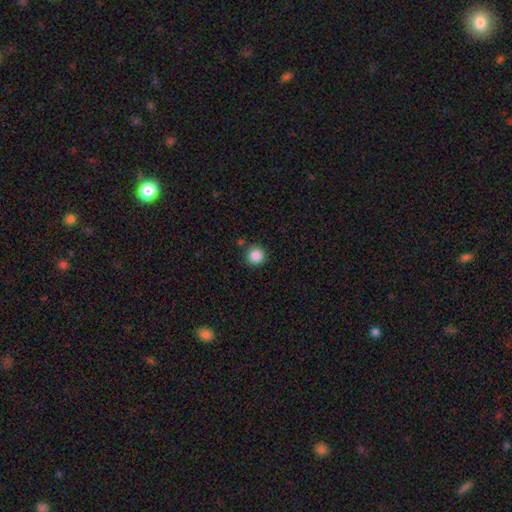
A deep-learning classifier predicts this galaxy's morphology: Smooth or featured? Predicted: smooth (p=0.87). How rounded? Predicted: round (p=0.94). Merging? Predicted: none (p=0.85).